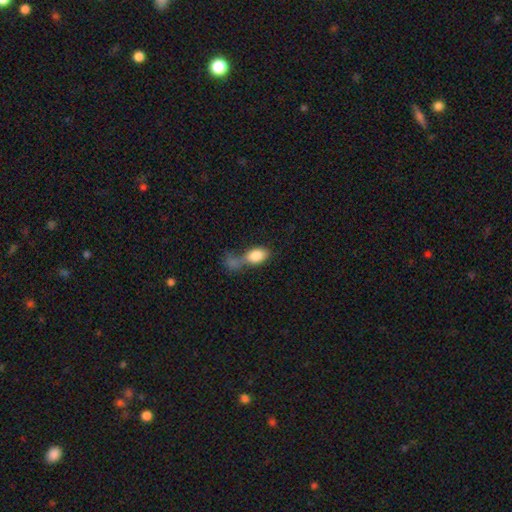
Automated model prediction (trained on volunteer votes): Smooth or featured? Predicted: smooth (p=0.82). How rounded? Predicted: in between (p=0.85). Merging? Predicted: merger (p=0.38).